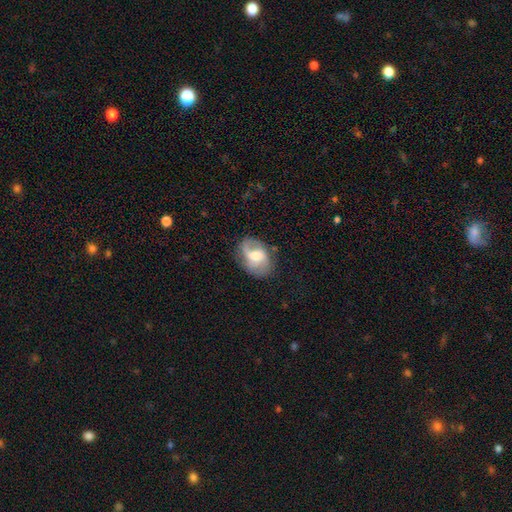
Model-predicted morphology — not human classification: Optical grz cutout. It shows a featured or disk galaxy (71%) with a weak bar (49%), 2 (79%) medium (43%) spiral arms (90%) and a moderate central bulge (65%). Merging: none (72%).